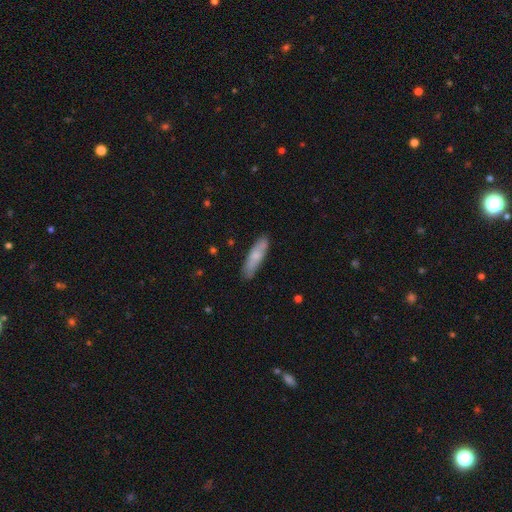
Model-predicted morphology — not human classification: Smooth or featured? smooth (68%)
How rounded? cigar-shaped (70%)
Merging? none (84%)